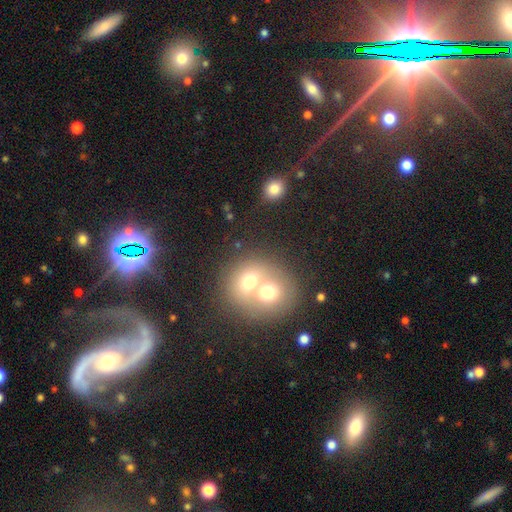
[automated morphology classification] smooth 49%, featured or disk 30%, star or artifact 21%. Down the decision tree: merging — merger (57%).